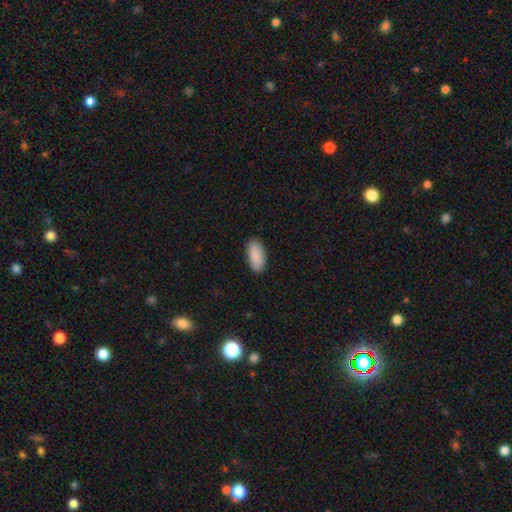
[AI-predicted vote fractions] A smooth galaxy with no disk features (91%) that is in between round and cigar-shaped (91%).

Vote fractions:
- Smooth or featured? smooth: 91% / star or artifact: 6% / featured or disk: 4%
- How rounded? in between: 91% / cigar-shaped: 7% / round: 2%
- Merging? none: 88% / minor disturbance: 9% / major disturbance: 2% / merger: 1%